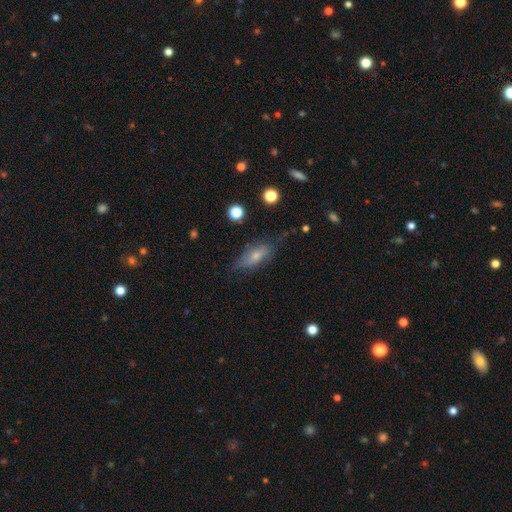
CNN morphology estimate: smooth-or-featured: smooth: 57% | featured or disk: 34% | star or artifact: 9%
  how-rounded: in between: 73% | cigar-shaped: 22% | round: 5%
  merging: none: 56% | minor disturbance: 30% | major disturbance: 12% | merger: 2%